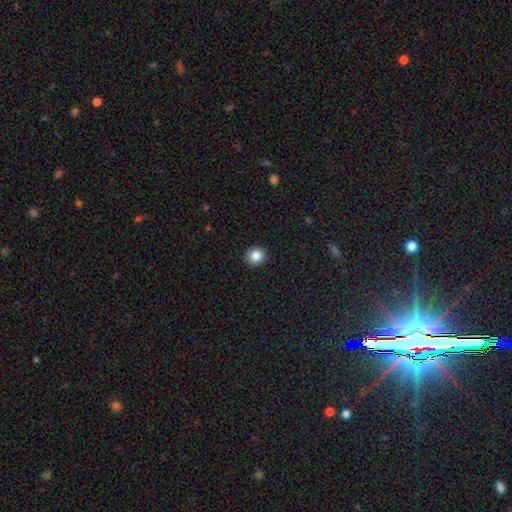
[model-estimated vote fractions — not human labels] Q: Smooth or featured?
A: smooth (86%); runner-up: star or artifact (10%)
Q: How rounded?
A: round (79%); runner-up: in between (21%)
Q: Merging?
A: none (91%); runner-up: minor disturbance (6%)